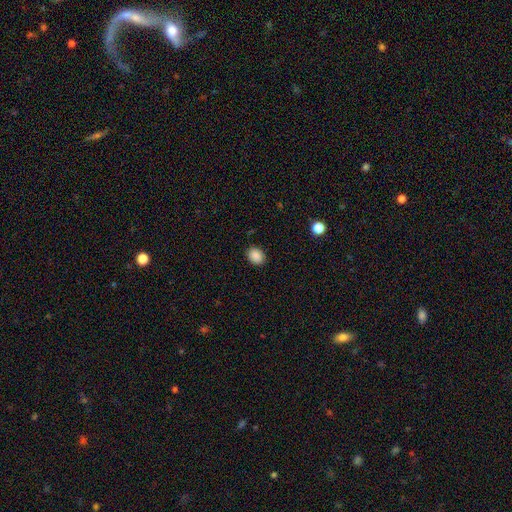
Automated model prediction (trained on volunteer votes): Smooth or featured? smooth (88%)
How rounded? in between (54%)
Merging? none (87%)